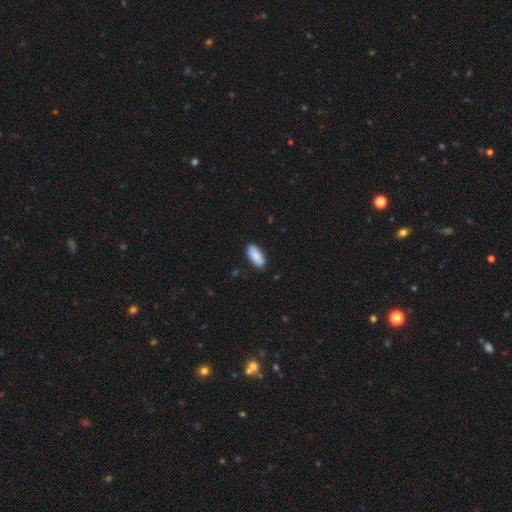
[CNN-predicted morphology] smooth-or-featured: smooth: 90% | star or artifact: 6% | featured or disk: 4%
  how-rounded: in between: 88% | cigar-shaped: 10% | round: 2%
  merging: none: 88% | minor disturbance: 9% | major disturbance: 2% | merger: 1%